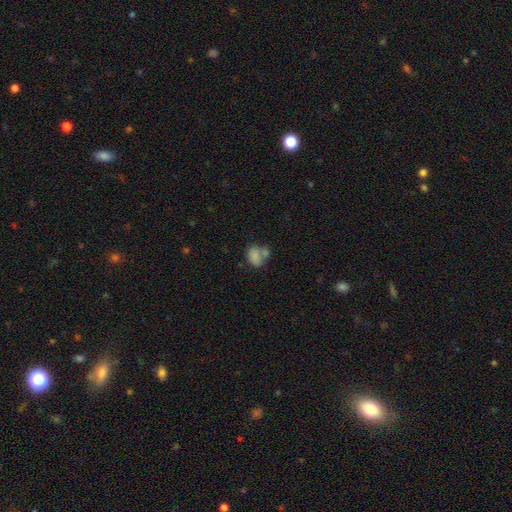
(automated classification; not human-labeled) A smooth galaxy with no disk features (78%) that is in between round and cigar-shaped (59%).

Vote fractions:
- Smooth or featured? smooth: 78% / featured or disk: 12% / star or artifact: 10%
- How rounded? in between: 59% / round: 39% / cigar-shaped: 1%
- Merging? merger: 42% / none: 34% / minor disturbance: 16% / major disturbance: 8%